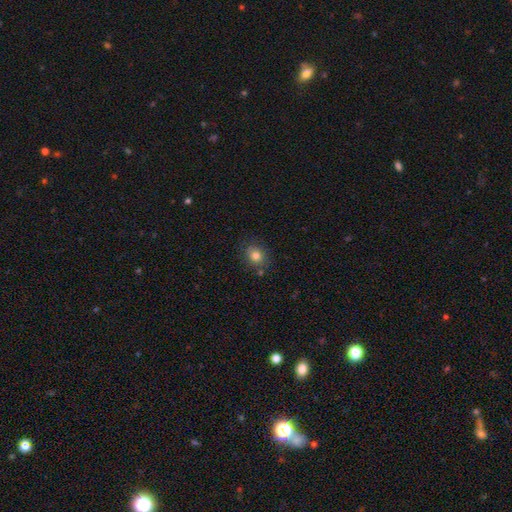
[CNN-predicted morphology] smooth-or-featured: smooth: 79% | star or artifact: 12% | featured or disk: 9%
  how-rounded: round: 71% | in between: 28% | cigar-shaped: 1%
  merging: none: 80% | minor disturbance: 12% | merger: 5% | major disturbance: 3%